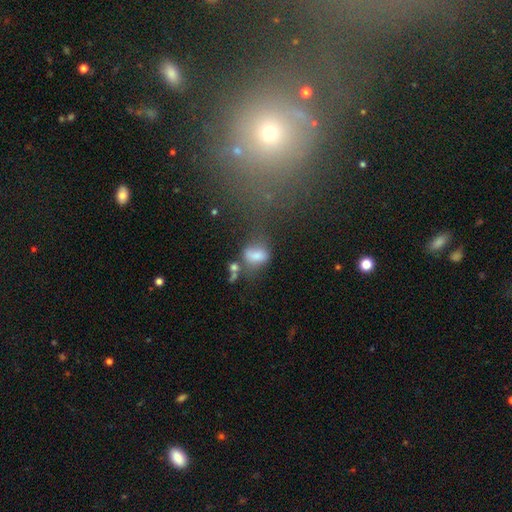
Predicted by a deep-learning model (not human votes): Smooth or featured? smooth (67%)
How rounded? in between (74%)
Merging? none (33%)